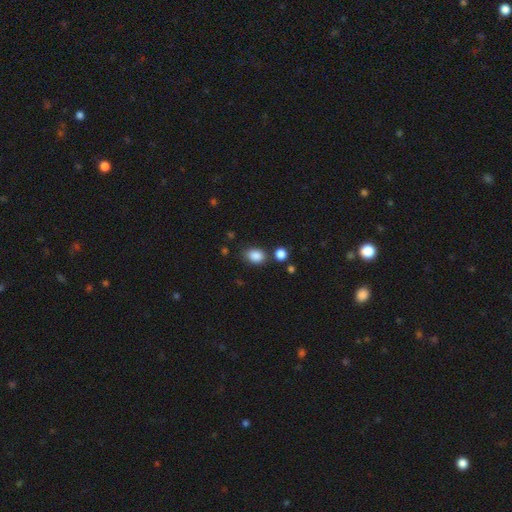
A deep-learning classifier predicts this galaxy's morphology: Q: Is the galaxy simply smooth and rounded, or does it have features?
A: smooth — 87%.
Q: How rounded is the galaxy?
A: in between — 68%.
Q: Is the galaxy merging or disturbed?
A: none — 73%.